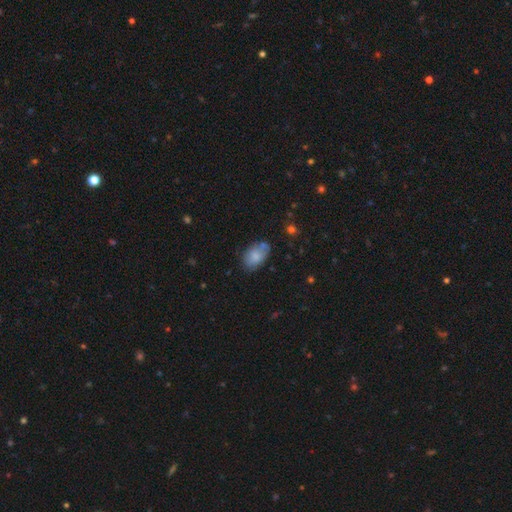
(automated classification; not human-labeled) Smooth or featured: smooth — 79% (featured or disk — 13%)
How rounded: in between — 89% (round — 10%)
Merging: none — 65% (minor disturbance — 23%)